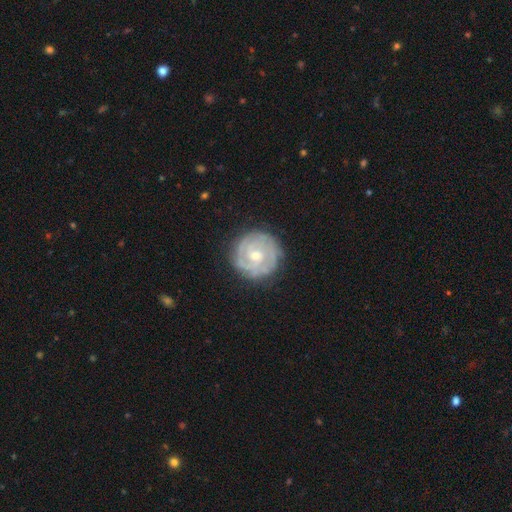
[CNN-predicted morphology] Smooth or featured: featured or disk — 81% (smooth — 14%)
Edge-on disk: no — 98% (yes — 2%)
Bar: no — 68% (weak — 27%)
Spiral arms: yes — 91% (no — 9%)
Spiral winding: tight — 77% (medium — 19%)
Spiral arm count: can't tell — 32% (2 — 29%)
Bulge size: moderate — 51% (small — 46%)
Merging: none — 82% (minor disturbance — 13%)